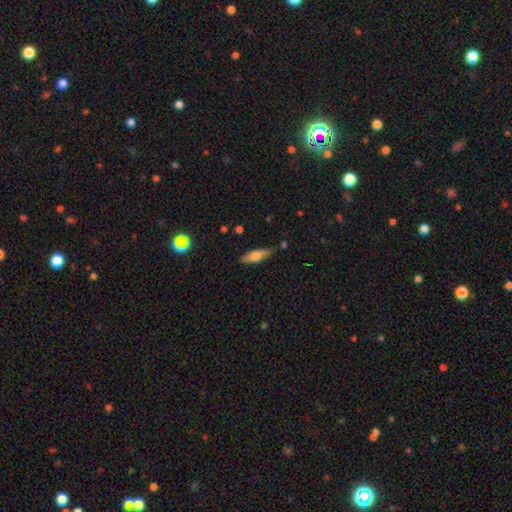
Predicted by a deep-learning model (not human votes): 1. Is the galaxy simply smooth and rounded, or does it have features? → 68% smooth, 25% featured or disk, 7% star or artifact.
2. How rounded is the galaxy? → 59% in between, 39% cigar-shaped, 2% round.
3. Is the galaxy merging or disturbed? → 76% none, 18% minor disturbance, 4% major disturbance, 2% merger.